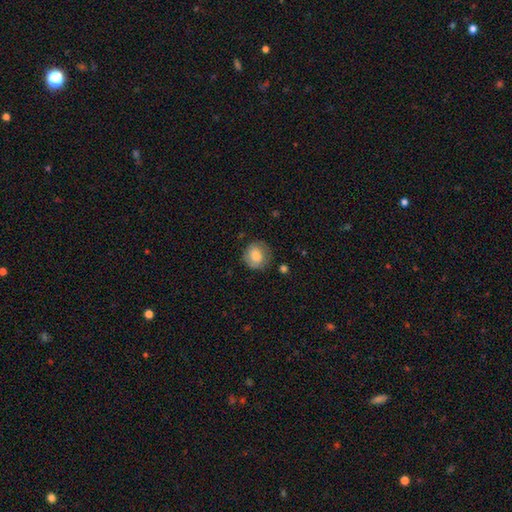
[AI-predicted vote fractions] smooth 78%, featured or disk 14%, star or artifact 8%. Down the decision tree: how rounded — round (85%); merging — none (76%).